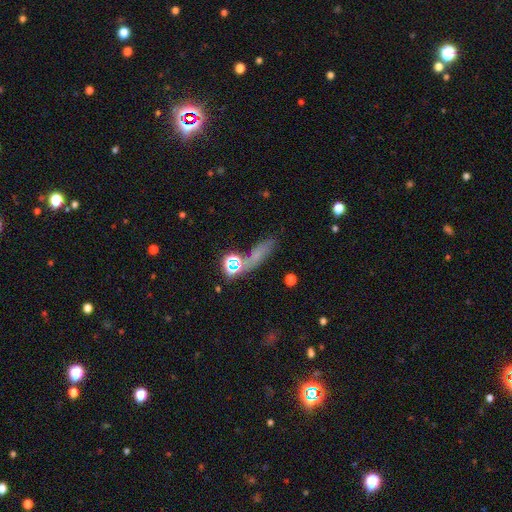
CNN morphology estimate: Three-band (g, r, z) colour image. It shows a smooth galaxy with no disk features (52%) that is cigar-shaped (47%). Merging: none (58%).